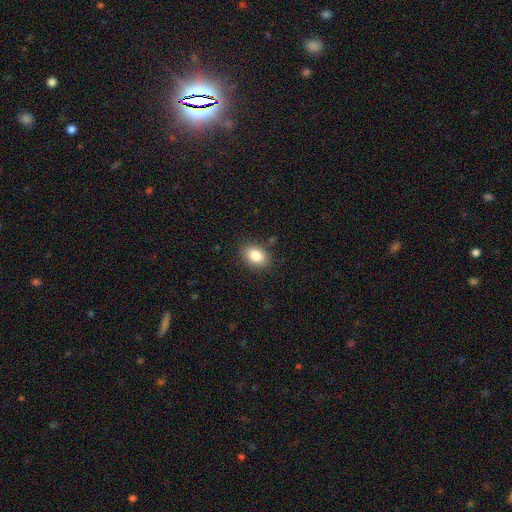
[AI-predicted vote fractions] A smooth galaxy with no disk features (84%) that is in between round and cigar-shaped (72%).

Vote fractions:
- Smooth or featured? smooth: 84% / star or artifact: 9% / featured or disk: 7%
- How rounded? in between: 72% / round: 27% / cigar-shaped: 1%
- Merging? none: 86% / minor disturbance: 10% / major disturbance: 3% / merger: 1%